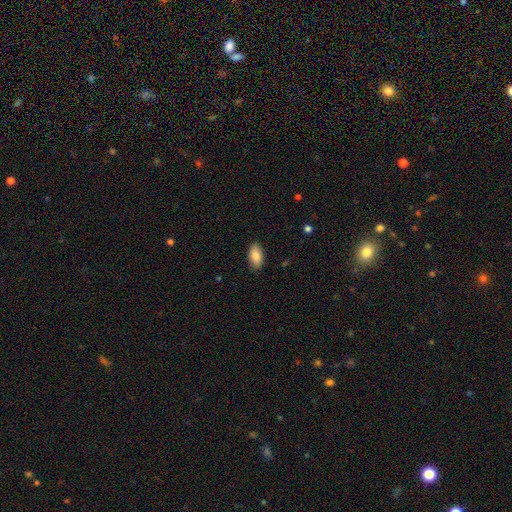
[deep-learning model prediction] Smooth or featured?
  - smooth: 87% *
  - star or artifact: 6%
  - featured or disk: 6%
How rounded?
  - in between: 93% *
  - cigar-shaped: 4%
  - round: 3%
Merging?
  - none: 87% *
  - minor disturbance: 10%
  - major disturbance: 2%
  - merger: 1%